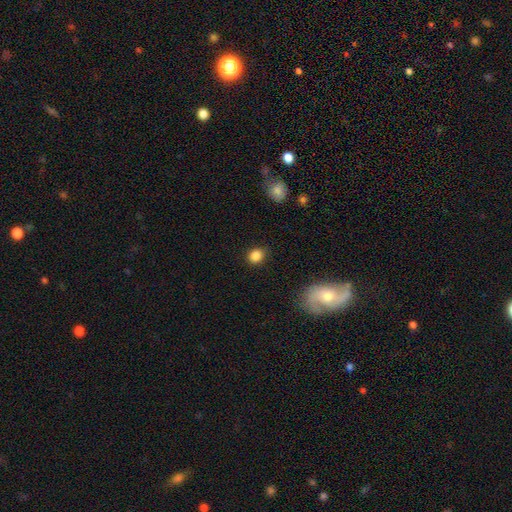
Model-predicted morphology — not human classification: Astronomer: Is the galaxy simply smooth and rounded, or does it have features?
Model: smooth — 85%.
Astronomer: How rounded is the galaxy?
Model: round — 68%.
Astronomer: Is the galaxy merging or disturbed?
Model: none — 83%.